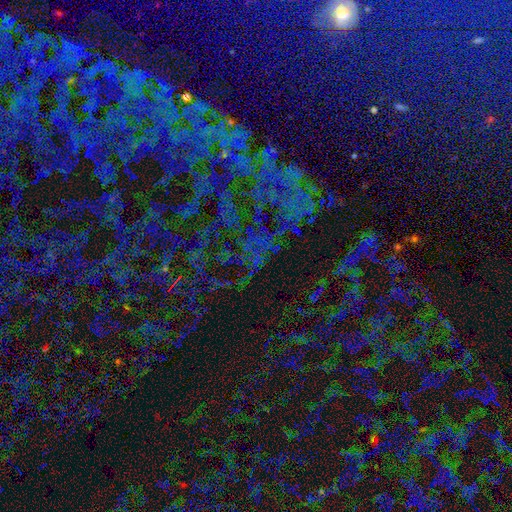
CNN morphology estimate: This is likely a star or artifact rather than a galaxy (79%).